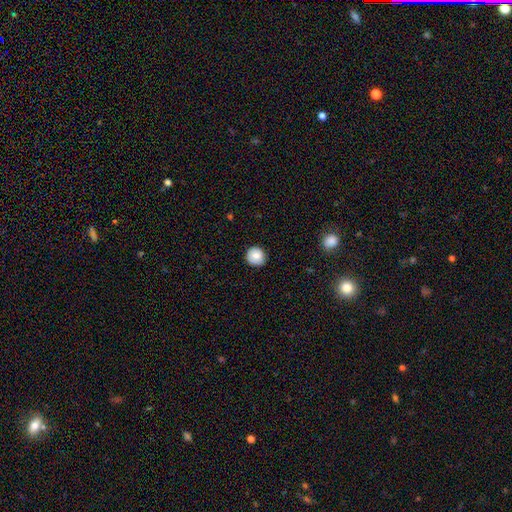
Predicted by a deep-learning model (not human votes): smooth 83%, featured or disk 9%, star or artifact 8%. Down the decision tree: how rounded — round (93%); merging — none (88%).